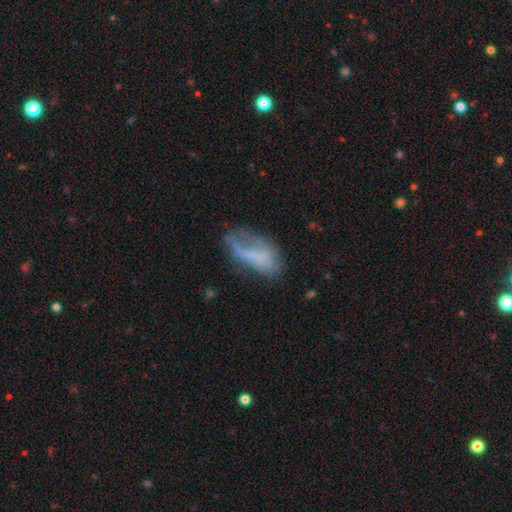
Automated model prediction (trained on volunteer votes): Overall: smooth (48%; featured or disk 41%). Merging: none (35%; major disturbance 31%).